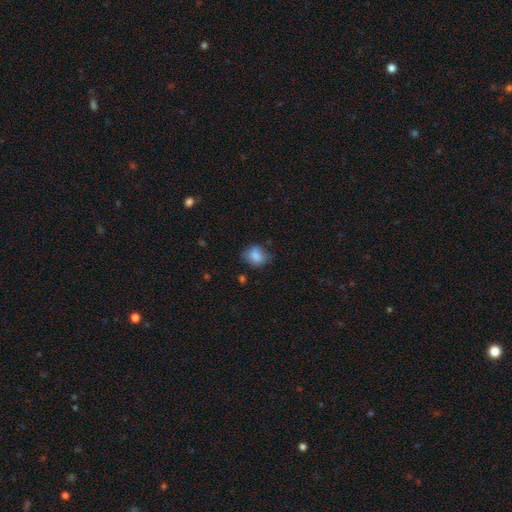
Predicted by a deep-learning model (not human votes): This is likely a smooth galaxy (79%). How rounded: possibly in between (54%). Merging: possibly none (58%).